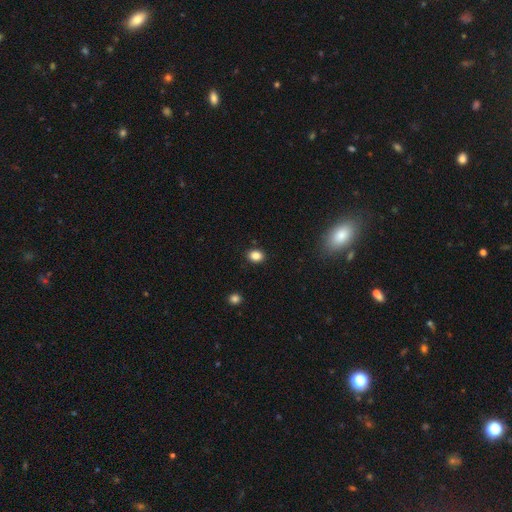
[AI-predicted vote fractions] Overall: smooth (85%). How rounded: in between (55%; round 44%). Merging: none (89%).